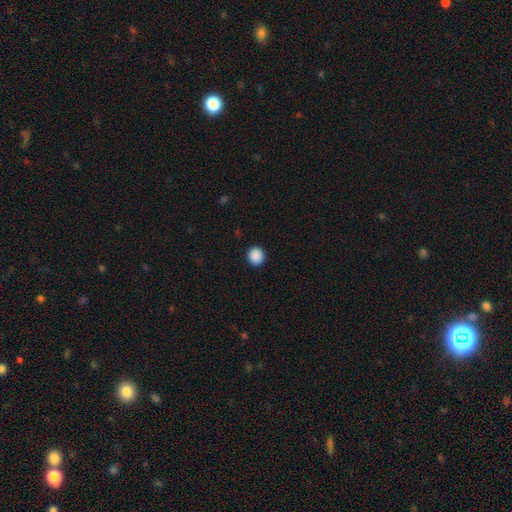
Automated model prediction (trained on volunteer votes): Q: Smooth or featured?
A: smooth (90%); runner-up: star or artifact (8%)
Q: How rounded?
A: round (82%); runner-up: in between (17%)
Q: Merging?
A: none (92%); runner-up: minor disturbance (5%)